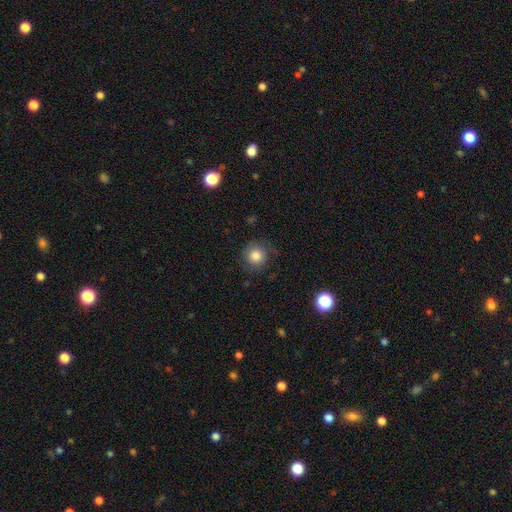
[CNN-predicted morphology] smooth 80%, featured or disk 10%, star or artifact 10%. Down the decision tree: how rounded — round (92%); merging — none (77%).